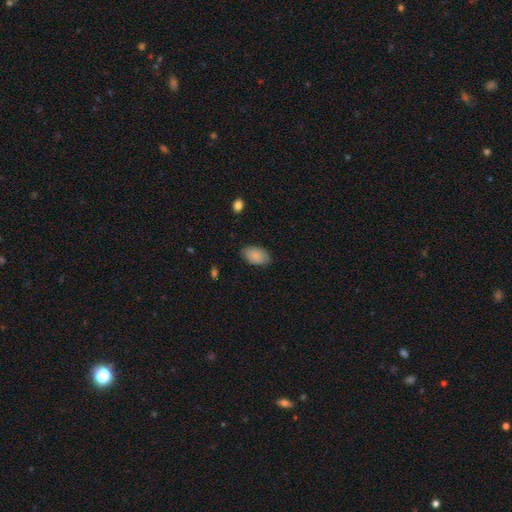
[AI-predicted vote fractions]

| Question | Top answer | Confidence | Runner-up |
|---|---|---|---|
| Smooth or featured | smooth | 87% | star or artifact (7%) |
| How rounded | in between | 93% | round (6%) |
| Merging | none | 80% | minor disturbance (16%) |